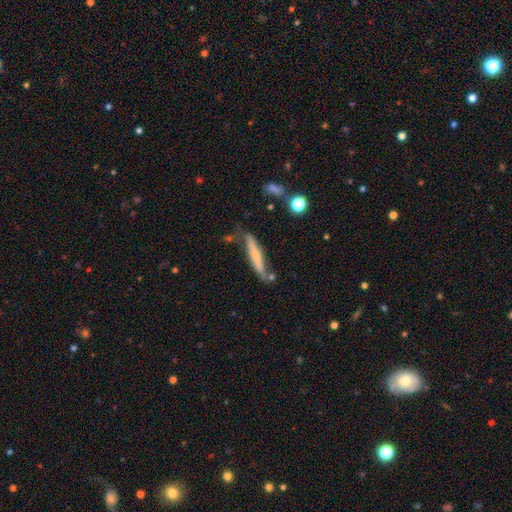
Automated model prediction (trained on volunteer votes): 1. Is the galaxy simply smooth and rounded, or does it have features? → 57% featured or disk, 36% smooth, 7% star or artifact.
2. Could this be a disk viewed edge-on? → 85% yes, 15% no.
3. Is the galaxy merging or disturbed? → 64% none, 22% minor disturbance, 7% merger, 6% major disturbance.